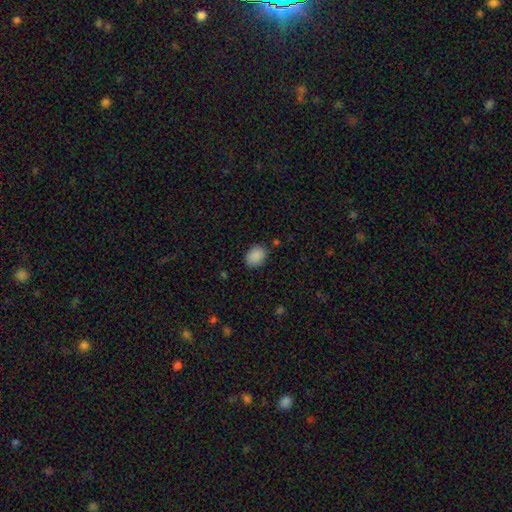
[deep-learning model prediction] smooth-or-featured: smooth: 89% | star or artifact: 8% | featured or disk: 3%
  how-rounded: in between: 71% | round: 29% | cigar-shaped: 1%
  merging: none: 84% | minor disturbance: 12% | major disturbance: 3% | merger: 1%